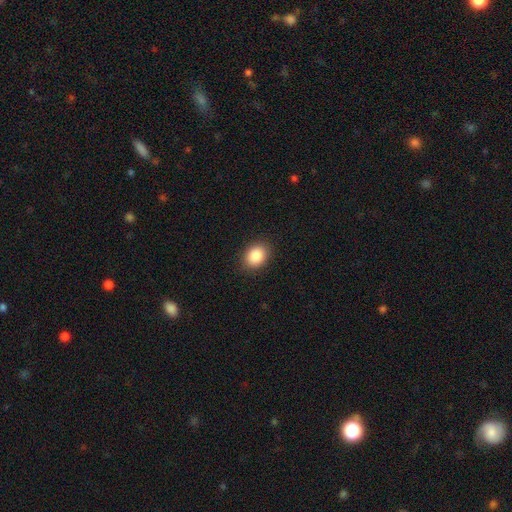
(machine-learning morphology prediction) The model was most divided on "how rounded": in between: 59%, round: 40%, cigar-shaped: 1%. More confident: merging — none (88%); smooth or featured — smooth (87%).